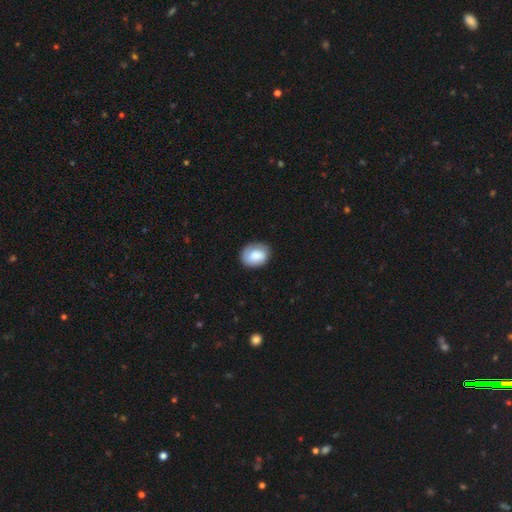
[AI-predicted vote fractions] smooth-or-featured: smooth: 75% | featured or disk: 18% | star or artifact: 7%
  how-rounded: in between: 56% | round: 43% | cigar-shaped: 1%
  merging: none: 74% | minor disturbance: 19% | major disturbance: 5% | merger: 1%